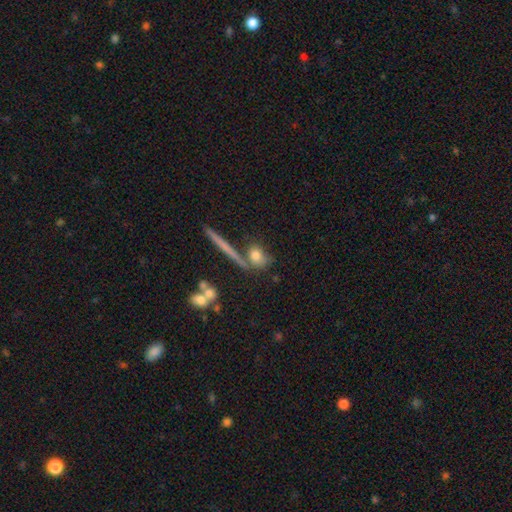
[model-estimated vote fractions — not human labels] smooth 69%, featured or disk 20%, star or artifact 11%. Down the decision tree: how rounded — round (49%); merging — none (59%).